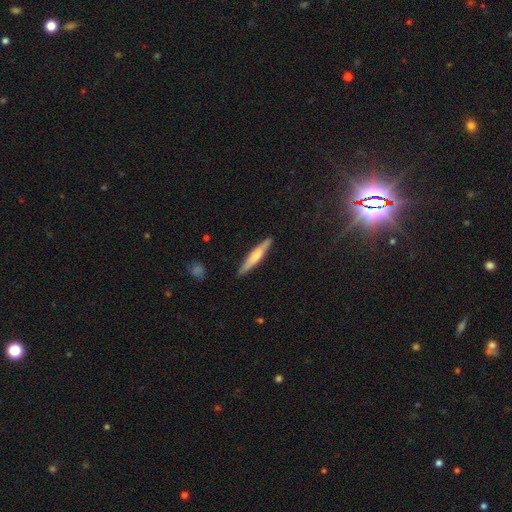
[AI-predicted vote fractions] smooth 52%, featured or disk 42%, star or artifact 6%. Down the decision tree: how rounded — cigar-shaped (91%); merging — none (88%).